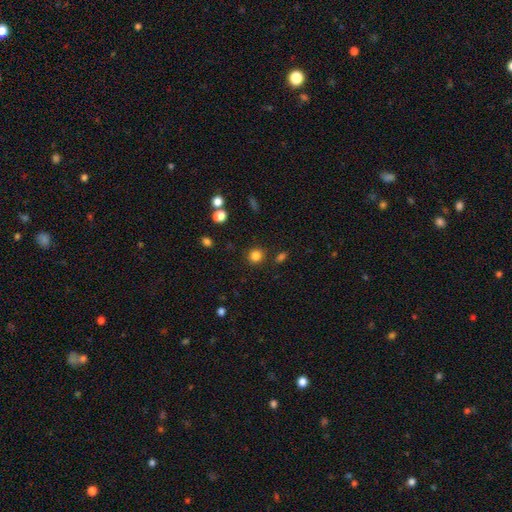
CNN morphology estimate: smooth-or-featured: smooth: 83% | star or artifact: 13% | featured or disk: 4%
  how-rounded: round: 89% | in between: 10% | cigar-shaped: 1%
  merging: none: 87% | minor disturbance: 7% | merger: 3% | major disturbance: 3%